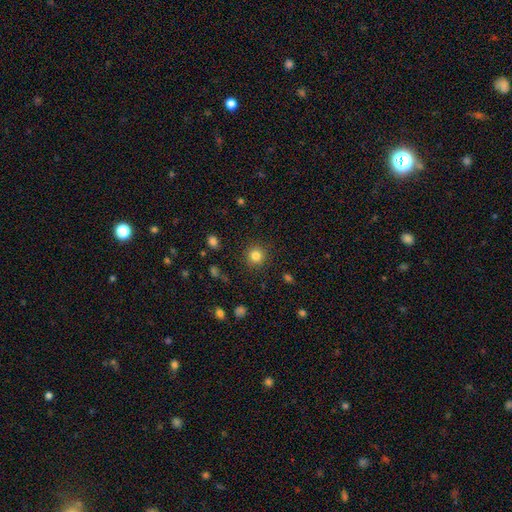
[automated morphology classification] Smooth or featured? Predicted: smooth (p=0.82). How rounded? Predicted: round (p=0.92). Merging? Predicted: none (p=0.89).